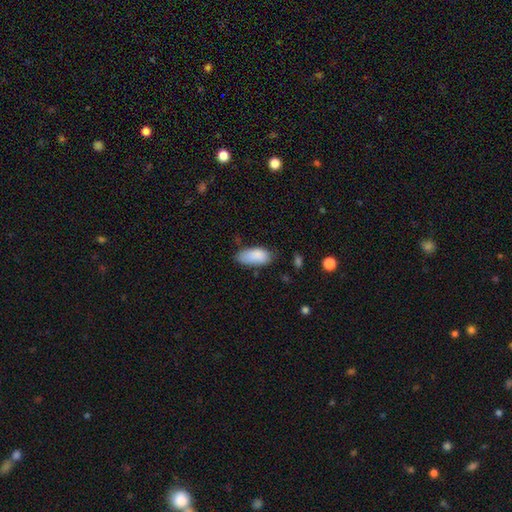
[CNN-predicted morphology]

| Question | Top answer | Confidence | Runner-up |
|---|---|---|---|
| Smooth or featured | smooth | 88% | star or artifact (7%) |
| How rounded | in between | 91% | cigar-shaped (6%) |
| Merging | none | 62% | minor disturbance (29%) |